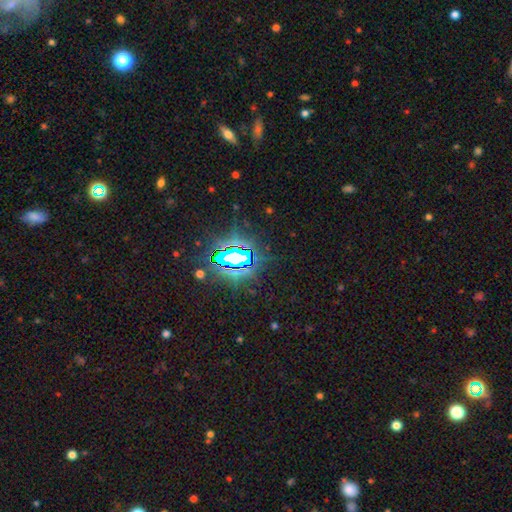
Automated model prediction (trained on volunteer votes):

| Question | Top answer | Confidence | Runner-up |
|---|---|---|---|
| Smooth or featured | star or artifact | 80% | smooth (13%) |